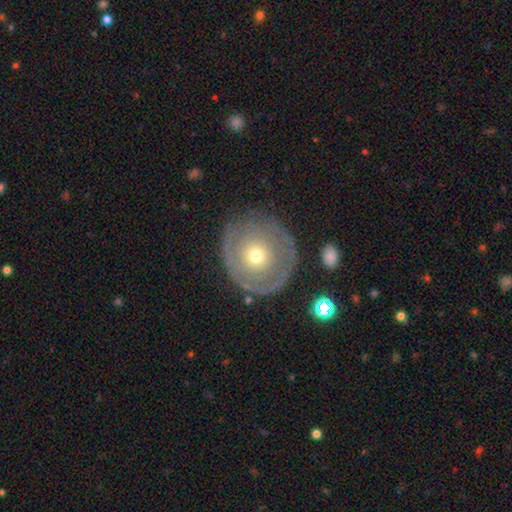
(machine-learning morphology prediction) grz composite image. It shows a featured or disk galaxy (56%) with no bar (90%), no spiral arms (63%) and a moderate central bulge (50%). Merging: none (77%).